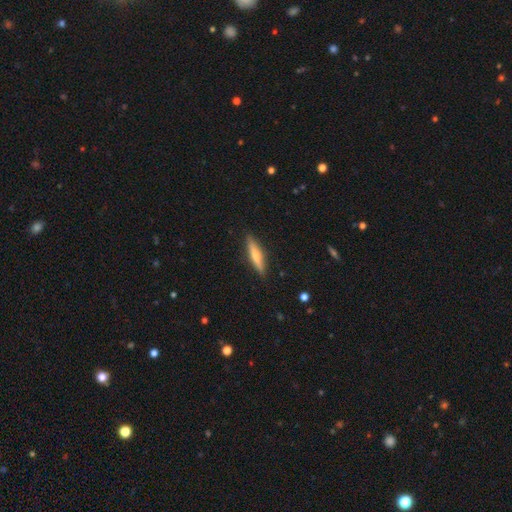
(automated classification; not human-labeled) smooth 55%, featured or disk 39%, star or artifact 6%. Down the decision tree: how rounded — cigar-shaped (85%); merging — none (89%).